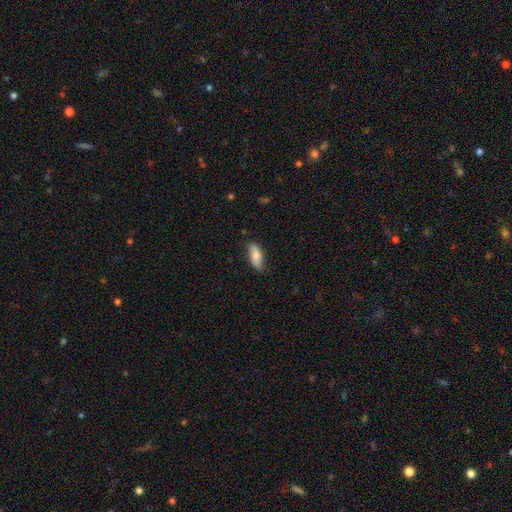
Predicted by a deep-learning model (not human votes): Overall: smooth (74%). How rounded: in between (79%). Merging: none (75%).